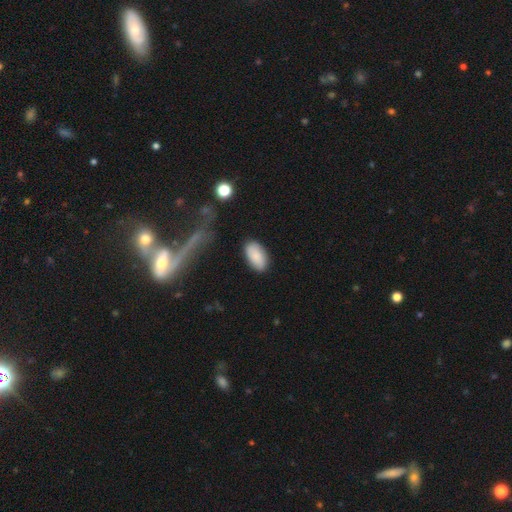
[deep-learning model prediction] Smooth or featured? smooth (86%)
How rounded? in between (94%)
Merging? none (83%)